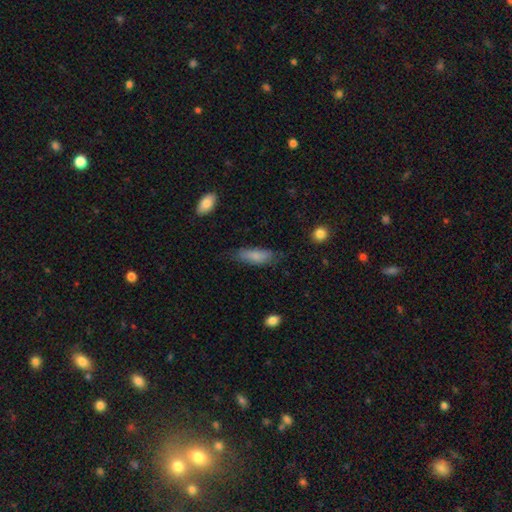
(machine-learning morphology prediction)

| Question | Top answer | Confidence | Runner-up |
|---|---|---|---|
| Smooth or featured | smooth | 79% | featured or disk (14%) |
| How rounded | in between | 58% | cigar-shaped (40%) |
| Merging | none | 66% | minor disturbance (25%) |